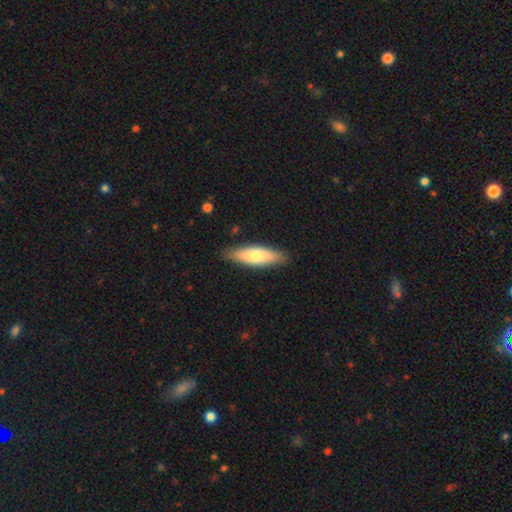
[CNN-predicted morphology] A smooth galaxy with no disk features (69%) that is in between round and cigar-shaped (49%, tied with cigar-shaped).

Vote fractions:
- Smooth or featured? smooth: 69% / featured or disk: 26% / star or artifact: 5%
- How rounded? in between: 49% (tied) / cigar-shaped: 49% (tied) / round: 2%
- Merging? none: 86% / minor disturbance: 11% / major disturbance: 2% / merger: 1%